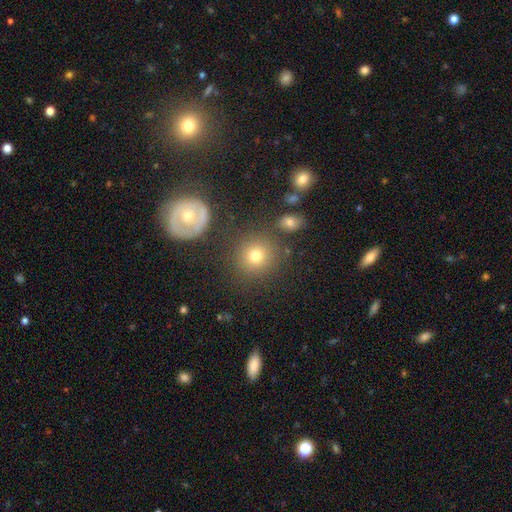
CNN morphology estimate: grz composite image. It shows a smooth galaxy with no disk features (74%) that is round (90%). Merging: none (80%).